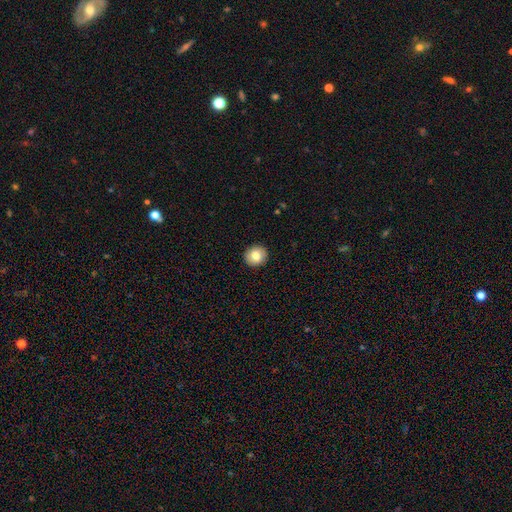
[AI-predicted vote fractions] Smooth or featured: smooth — 78% (featured or disk — 13%)
How rounded: round — 88% (in between — 11%)
Merging: none — 91% (minor disturbance — 6%)